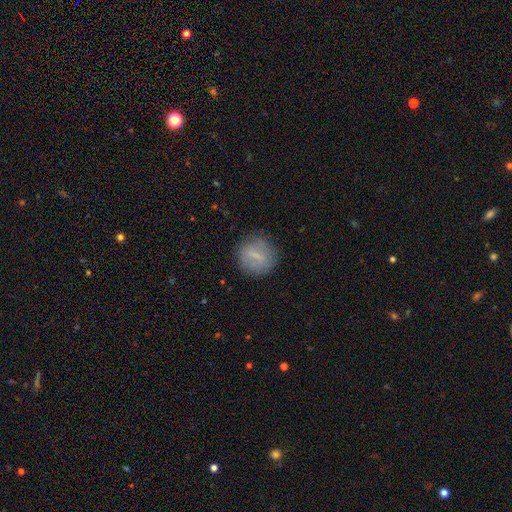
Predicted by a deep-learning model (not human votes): smooth 60%, featured or disk 30%, star or artifact 9%. Down the decision tree: how rounded — round (83%); merging — none (80%).